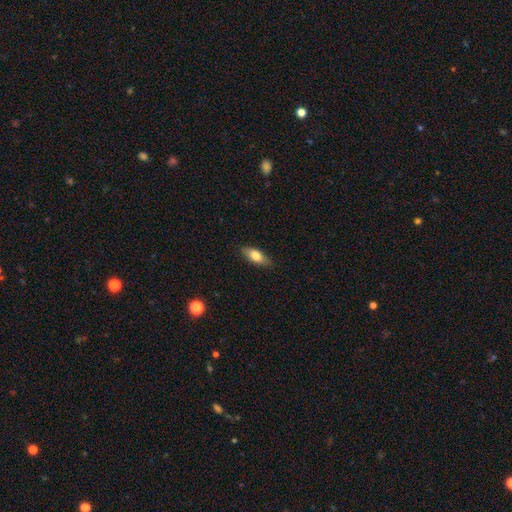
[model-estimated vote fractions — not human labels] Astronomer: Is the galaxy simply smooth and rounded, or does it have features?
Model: smooth — 77%.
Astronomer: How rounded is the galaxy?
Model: in between — 79%.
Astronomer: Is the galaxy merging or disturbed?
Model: none — 86%.